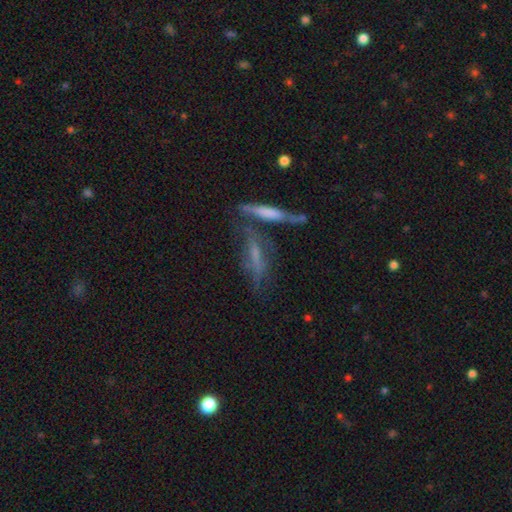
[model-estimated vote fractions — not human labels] A featured or disk galaxy (55%) viewed edge-on (69%). Merging: none (47%).